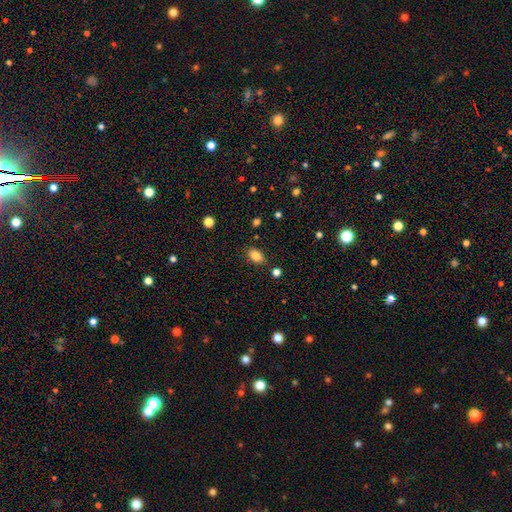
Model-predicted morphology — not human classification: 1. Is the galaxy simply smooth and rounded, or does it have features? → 84% smooth, 10% star or artifact, 6% featured or disk.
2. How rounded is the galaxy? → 85% in between, 13% round, 2% cigar-shaped.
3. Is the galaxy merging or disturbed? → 84% none, 11% minor disturbance, 3% major disturbance, 3% merger.